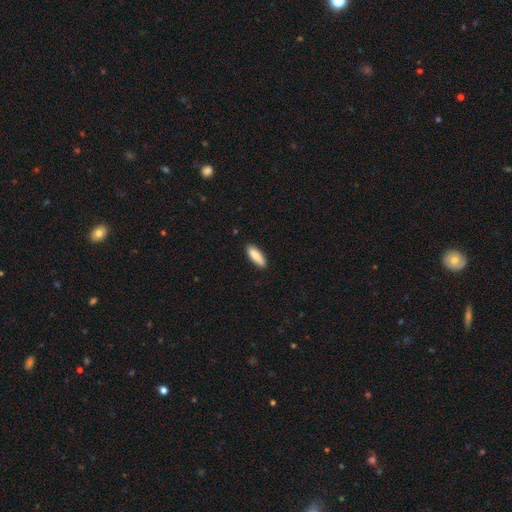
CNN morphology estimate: The model was most divided on "how rounded": in between: 55%, cigar-shaped: 43%, round: 2%. More confident: merging — none (88%); smooth or featured — smooth (86%).